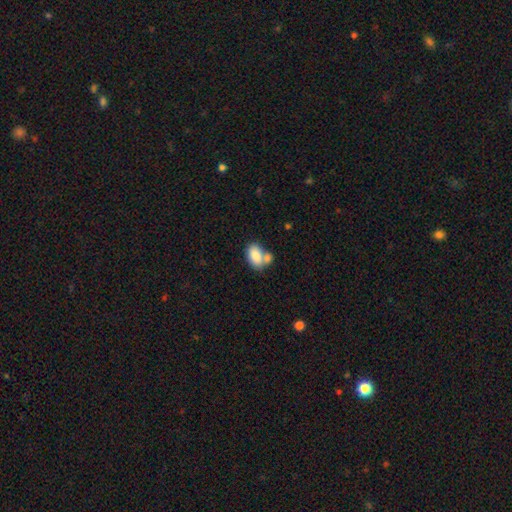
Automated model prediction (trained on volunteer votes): The model was most divided on "merging": merger: 46%, none: 37%, minor disturbance: 12%, major disturbance: 5%. More confident: how rounded — in between (90%); smooth or featured — smooth (83%).